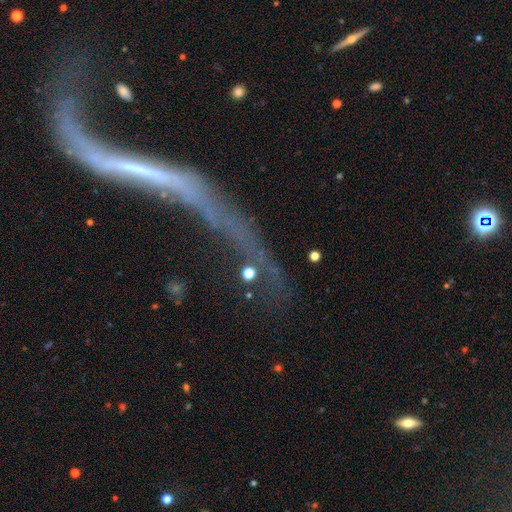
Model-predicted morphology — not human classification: smooth_or_featured: featured or disk (p=0.59) [alt: smooth p=0.22]
disk_edge_on: no (p=0.53) [alt: yes p=0.47]
merging: major disturbance (p=0.42) [alt: none p=0.28]